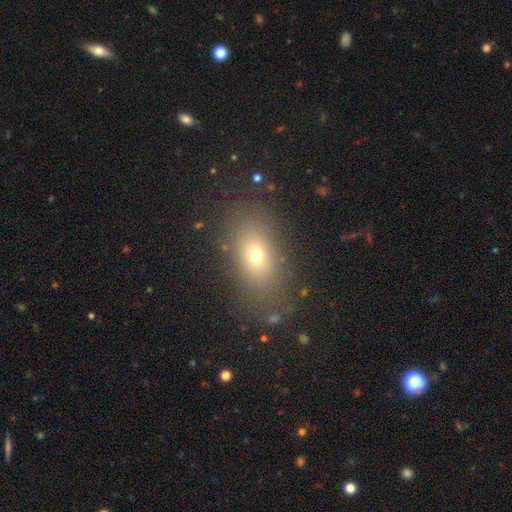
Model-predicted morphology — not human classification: A smooth galaxy with no disk features (67%) that is in between round and cigar-shaped (78%). Merging: none (82%).